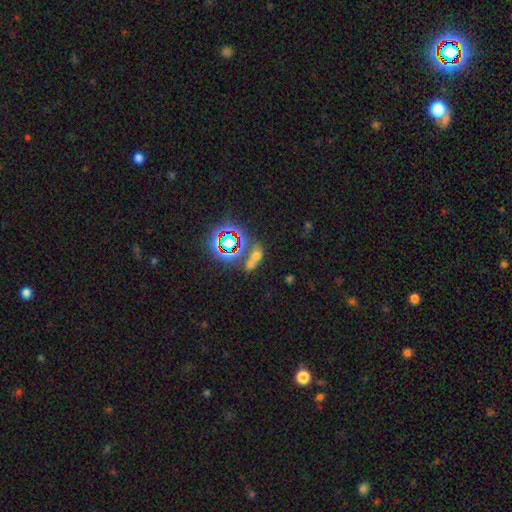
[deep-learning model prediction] smooth 44%, star or artifact 41%, featured or disk 16%. Down the decision tree: merging — merger (44%).